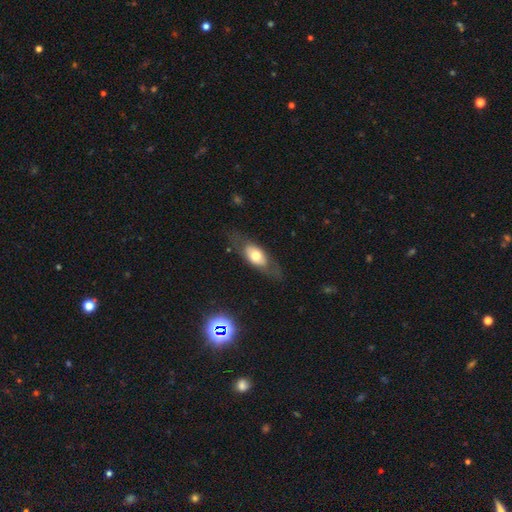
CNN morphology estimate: Smooth or featured: smooth — 53% (featured or disk — 40%)
How rounded: in between — 78% (cigar-shaped — 14%)
Merging: none — 72% (minor disturbance — 16%)